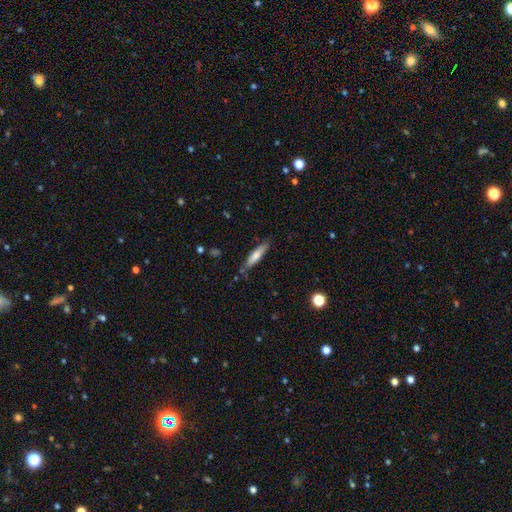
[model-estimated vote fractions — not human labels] This appears to be a smooth galaxy with no disk features (66%) that is cigar-shaped (81%). Merging: none (77%).